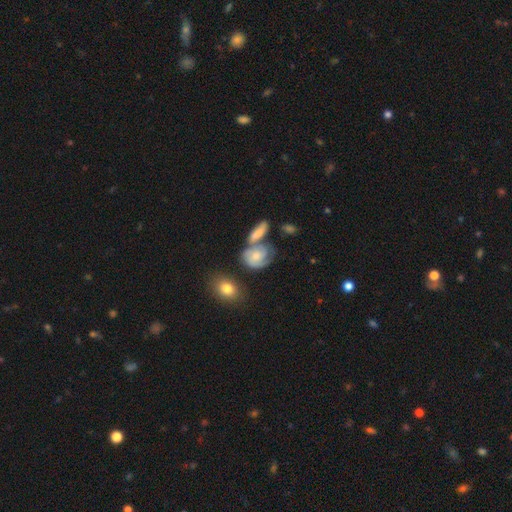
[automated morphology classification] Overall: featured or disk (61%; smooth 31%). Edge-on disk: no (96%). Bar: no (68%). Spiral arms: yes (89%). Spiral arm count: 2 (41%; can't tell 27%). Spiral winding: tight (52%; medium 37%). Bulge size: small (50%; moderate 37%). Merging: none (41%; merger 31%).